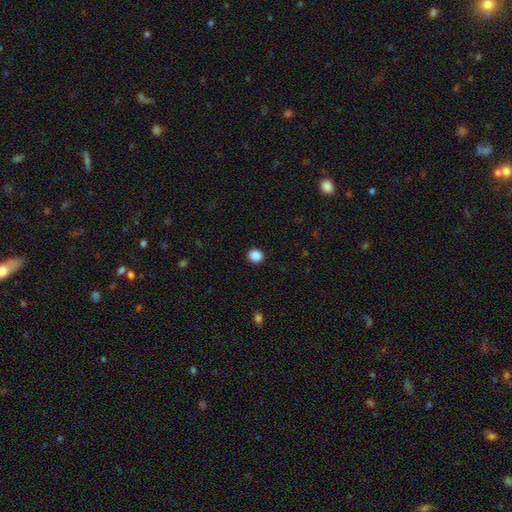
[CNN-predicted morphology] A smooth galaxy with no disk features (88%) that is round (91%).

Vote fractions:
- Smooth or featured? smooth: 88% / star or artifact: 10% / featured or disk: 2%
- How rounded? round: 91% / in between: 9% / cigar-shaped: 1%
- Merging? none: 93% / minor disturbance: 5% / major disturbance: 2% / merger: 1%